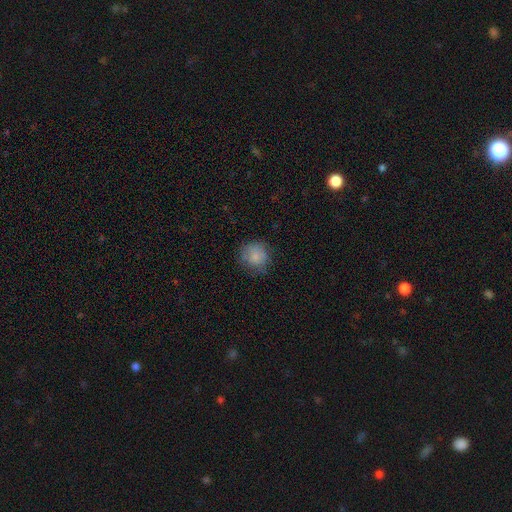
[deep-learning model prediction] Q: Smooth or featured?
A: smooth (80%); runner-up: featured or disk (10%)
Q: How rounded?
A: round (88%); runner-up: in between (11%)
Q: Merging?
A: none (73%); runner-up: minor disturbance (19%)